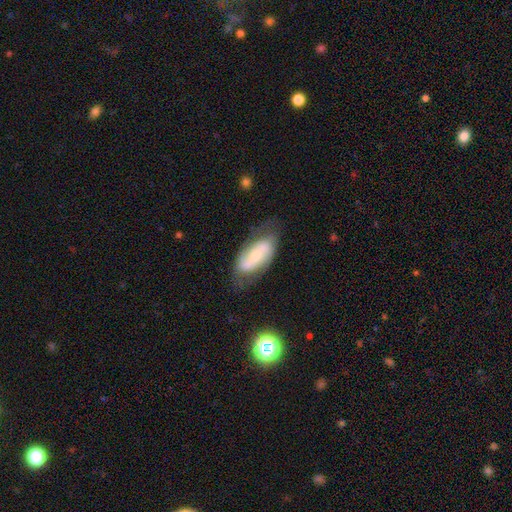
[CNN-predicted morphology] smooth-or-featured: featured or disk: 64% | smooth: 29% | star or artifact: 7%
  disk-edge-on: no: 92% | yes: 8%
    bar: no: 47% | weak: 35% | strong: 18%
    has-spiral-arms: yes: 85% | no: 15%
      spiral-winding: medium: 41% | loose: 35% | tight: 23%
      spiral-arm-count: 2: 80% | can't tell: 13% | 1: 3% | 3: 1% | 4: 1% | more than 4: 1%
    bulge-size: small: 54% | moderate: 37% | none: 4% | large: 4% | dominant: 1%
  merging: none: 65% | minor disturbance: 24% | major disturbance: 9% | merger: 2%